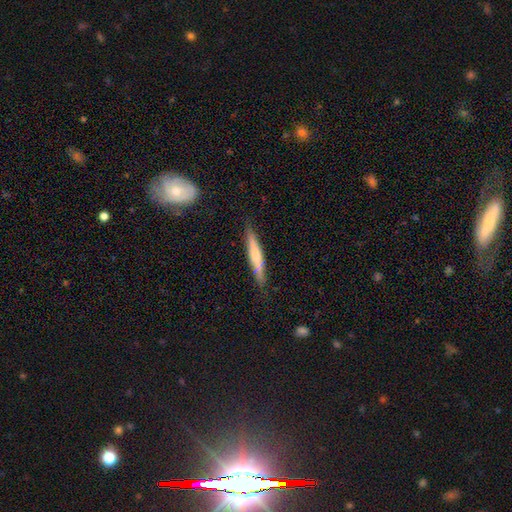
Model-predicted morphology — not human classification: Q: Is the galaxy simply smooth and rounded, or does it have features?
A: smooth — 51%.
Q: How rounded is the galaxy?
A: cigar-shaped — 92%.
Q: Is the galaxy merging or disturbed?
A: none — 81%.